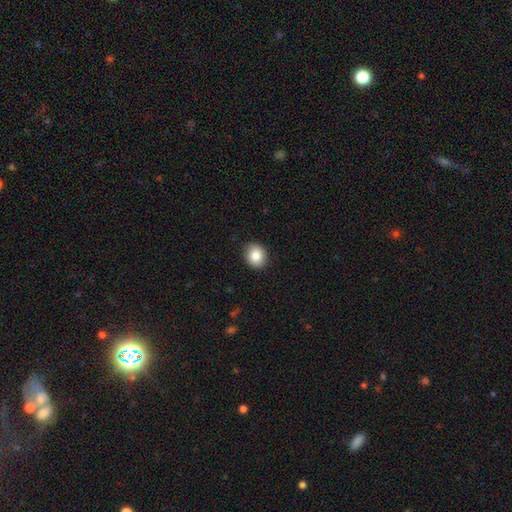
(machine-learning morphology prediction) The model was most divided on "how rounded": round: 68%, in between: 31%, cigar-shaped: 1%. More confident: merging — none (89%); smooth or featured — smooth (85%).